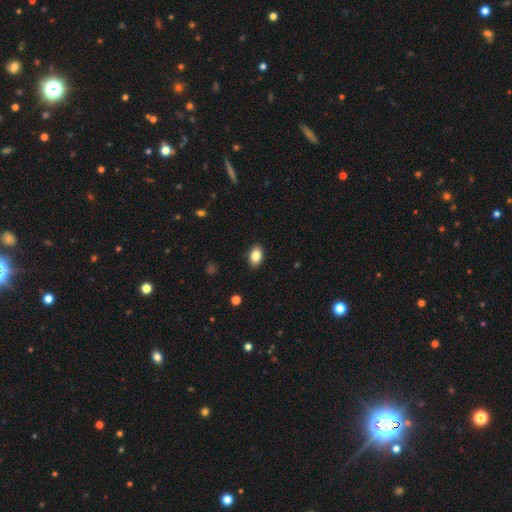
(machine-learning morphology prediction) smooth-or-featured: smooth: 84% | star or artifact: 8% | featured or disk: 7%
  how-rounded: in between: 83% | round: 16% | cigar-shaped: 1%
  merging: none: 89% | minor disturbance: 8% | major disturbance: 2% | merger: 1%